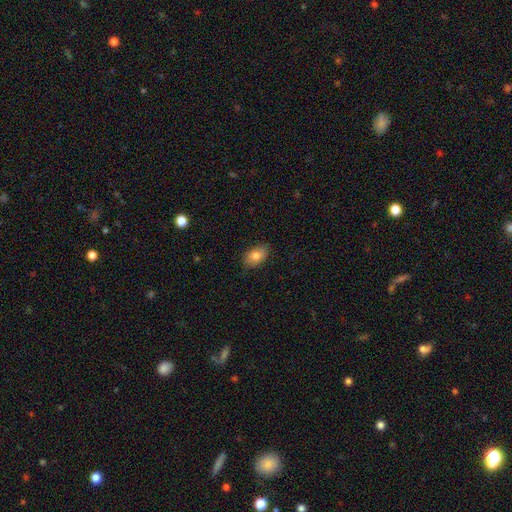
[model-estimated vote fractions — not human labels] A smooth galaxy with no disk features (80%) that is in between round and cigar-shaped (86%). Merging: none (83%).